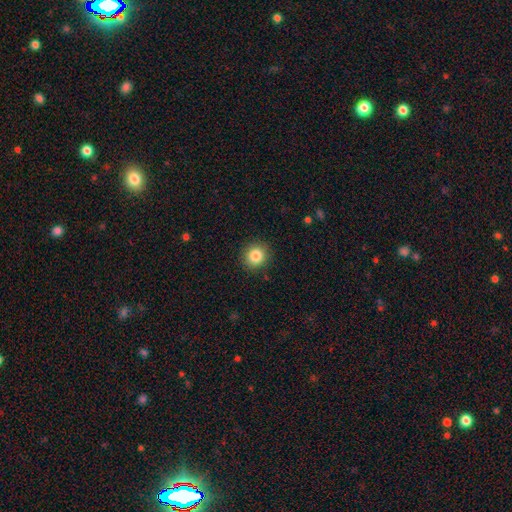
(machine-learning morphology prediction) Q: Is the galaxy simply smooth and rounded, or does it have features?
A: smooth — 84%.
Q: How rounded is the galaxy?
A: round — 90%.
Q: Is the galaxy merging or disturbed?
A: none — 90%.